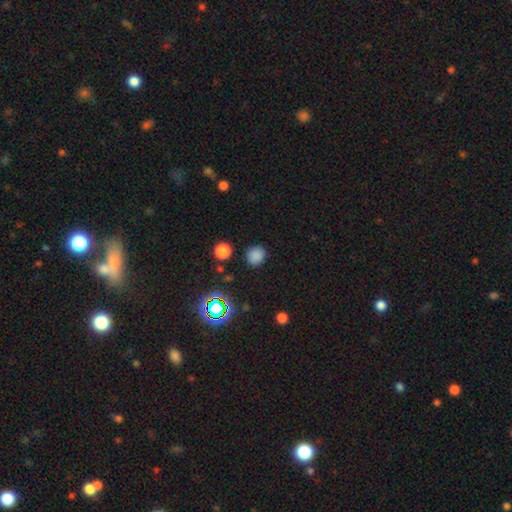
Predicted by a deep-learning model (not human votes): A smooth galaxy with no disk features (79%) that is round (83%). Merging: none (86%).